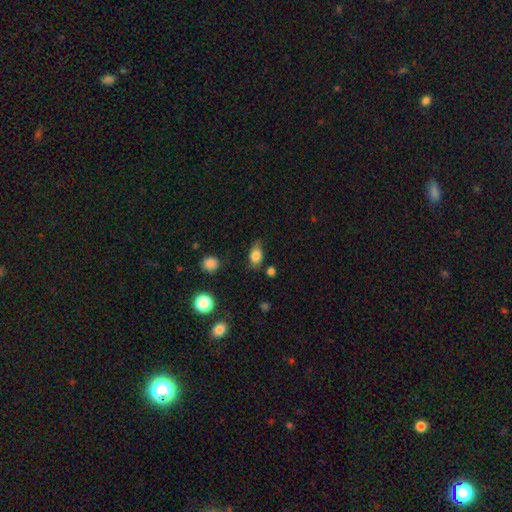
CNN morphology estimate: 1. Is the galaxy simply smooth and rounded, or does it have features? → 79% smooth, 12% featured or disk, 9% star or artifact.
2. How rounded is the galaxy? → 80% in between, 16% round, 4% cigar-shaped.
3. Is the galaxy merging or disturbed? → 65% none, 25% minor disturbance, 6% major disturbance, 3% merger.